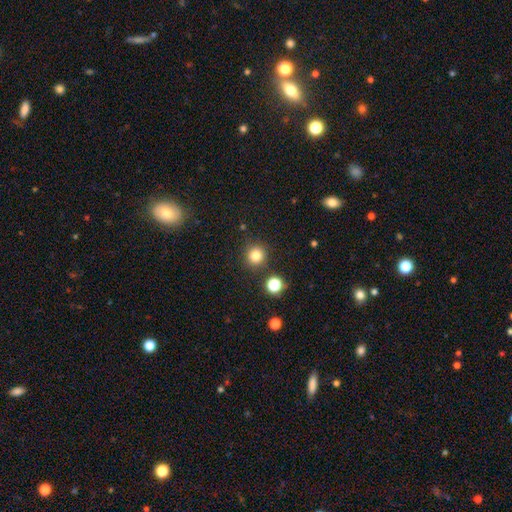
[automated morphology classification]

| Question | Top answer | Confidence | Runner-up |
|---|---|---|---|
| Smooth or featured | smooth | 81% | star or artifact (14%) |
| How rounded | round | 94% | in between (5%) |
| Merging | none | 87% | minor disturbance (7%) |